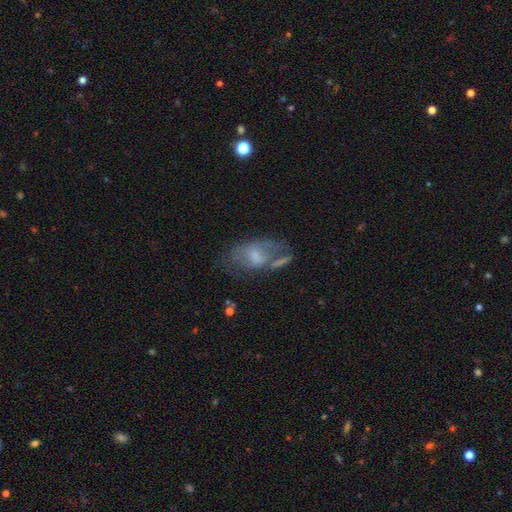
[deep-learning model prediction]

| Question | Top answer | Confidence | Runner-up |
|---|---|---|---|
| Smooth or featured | featured or disk | 51% | smooth (37%) |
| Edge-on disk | no | 90% | yes (10%) |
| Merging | none | 42% | minor disturbance (23%) |